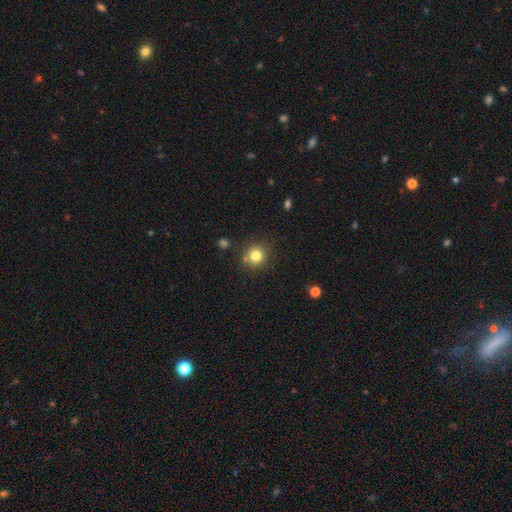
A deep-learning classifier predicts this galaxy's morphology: Smooth or featured?
  - smooth: 80% *
  - star or artifact: 12%
  - featured or disk: 7%
How rounded?
  - round: 91% *
  - in between: 8%
  - cigar-shaped: 1%
Merging?
  - none: 81% *
  - minor disturbance: 9%
  - merger: 7%
  - major disturbance: 3%